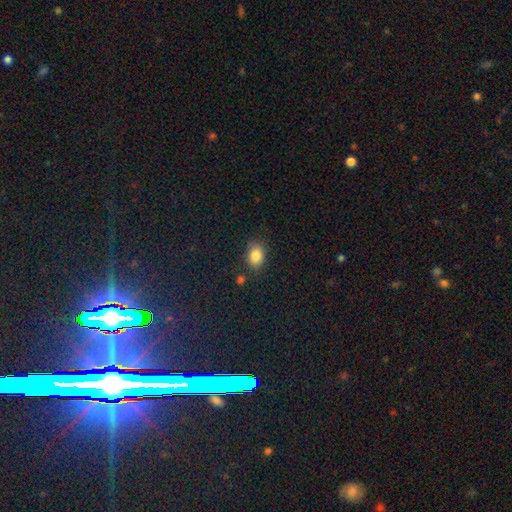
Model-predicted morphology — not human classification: smooth-or-featured: smooth: 84% | star or artifact: 10% | featured or disk: 6%
  how-rounded: in between: 64% | round: 35% | cigar-shaped: 1%
  merging: none: 76% | minor disturbance: 16% | merger: 4% | major disturbance: 4%